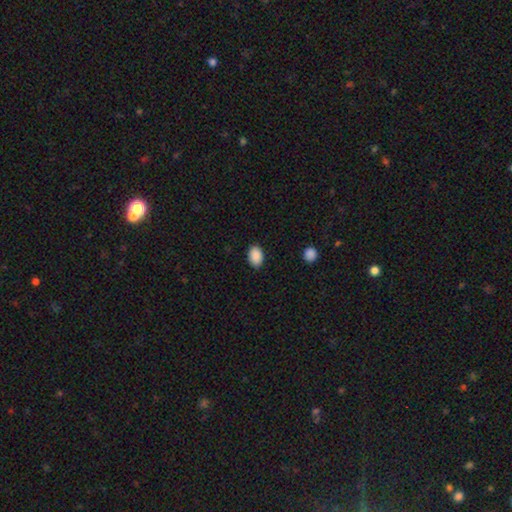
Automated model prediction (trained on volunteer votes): This is clearly a smooth galaxy (90%). How rounded: clearly in between (84%). Merging: clearly none (87%).